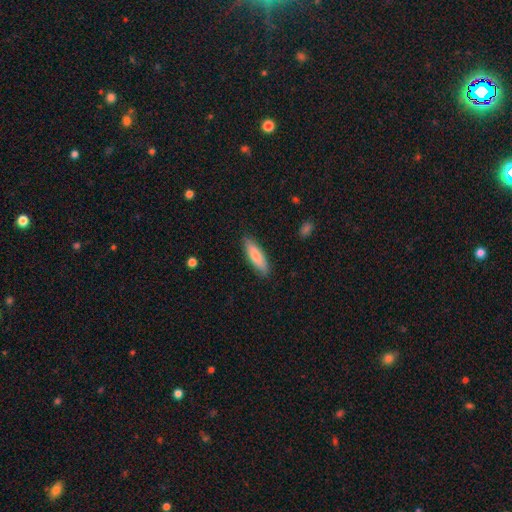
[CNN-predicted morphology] This appears to be a smooth galaxy with no disk features (76%) that is cigar-shaped (54%). Merging: none (87%).